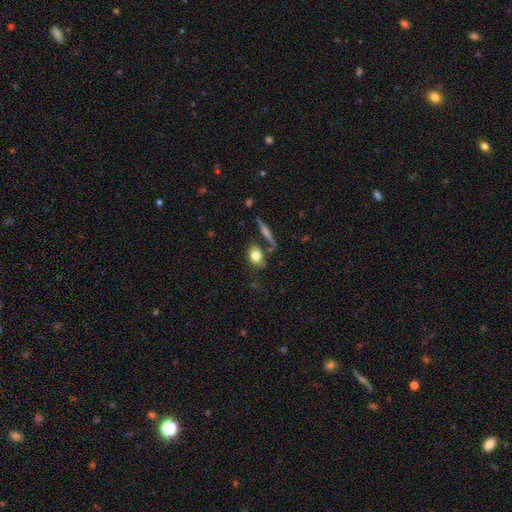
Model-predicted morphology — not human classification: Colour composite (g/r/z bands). It shows a smooth galaxy with no disk features (77%) that is in between round and cigar-shaped (55%). Merging: none (62%).